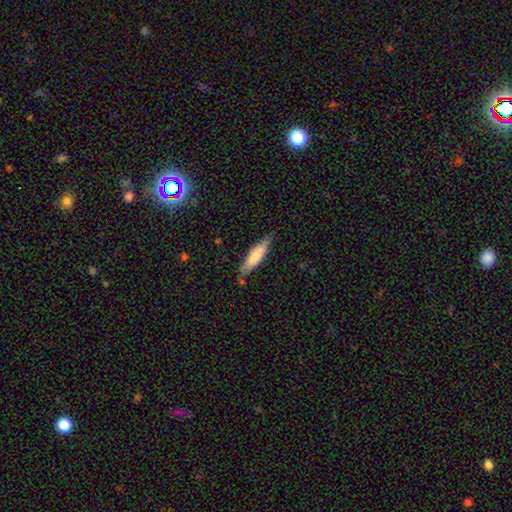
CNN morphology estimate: Smooth or featured? Predicted: smooth (p=0.74). How rounded? Predicted: cigar-shaped (p=0.71). Merging? Predicted: none (p=0.76).